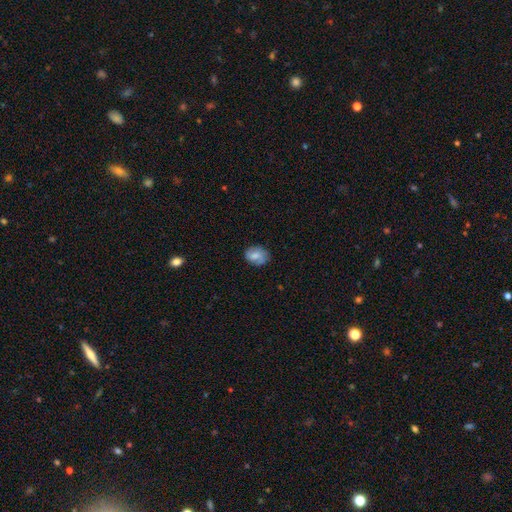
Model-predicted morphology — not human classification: This appears to be a smooth galaxy with no disk features (62%) that is in between round and cigar-shaped (59%). Merging: none (70%).